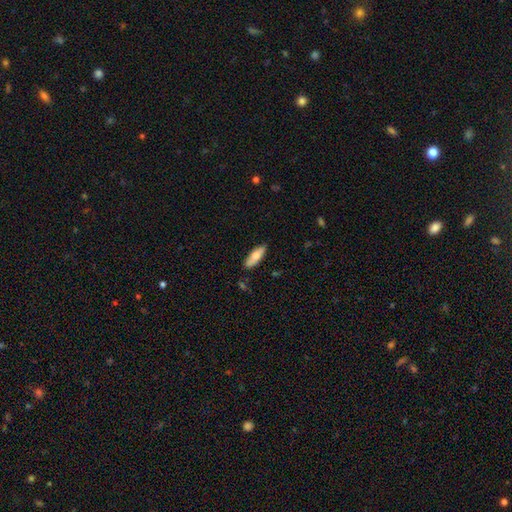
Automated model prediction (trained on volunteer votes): This appears to be a smooth galaxy with no disk features (69%) that is in between round and cigar-shaped (61%). Merging: none (85%).